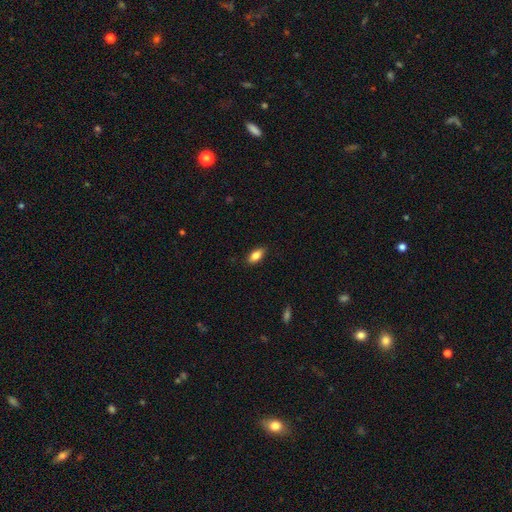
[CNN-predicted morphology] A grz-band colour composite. It shows a smooth galaxy with no disk features (84%) that is in between round and cigar-shaped (88%). Merging: none (87%).